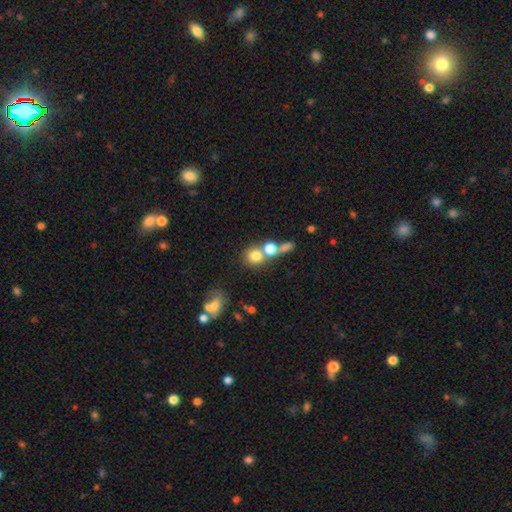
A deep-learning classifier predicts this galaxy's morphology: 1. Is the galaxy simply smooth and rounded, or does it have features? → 74% smooth, 13% star or artifact, 12% featured or disk.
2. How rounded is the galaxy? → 83% round, 15% in between, 2% cigar-shaped.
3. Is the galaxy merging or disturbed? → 44% none, 43% merger, 8% minor disturbance, 5% major disturbance.